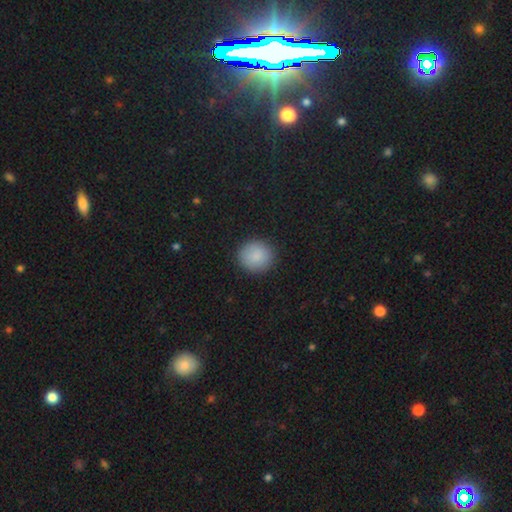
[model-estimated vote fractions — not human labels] Smooth or featured?
  - smooth: 87% *
  - star or artifact: 8%
  - featured or disk: 5%
How rounded?
  - round: 89% *
  - in between: 10%
  - cigar-shaped: 1%
Merging?
  - none: 89% *
  - minor disturbance: 7%
  - major disturbance: 2%
  - merger: 1%